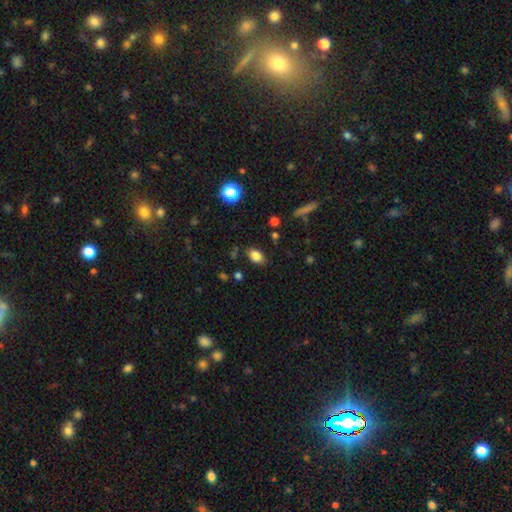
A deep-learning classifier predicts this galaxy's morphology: Overall: smooth (83%). How rounded: in between (84%). Merging: none (82%).